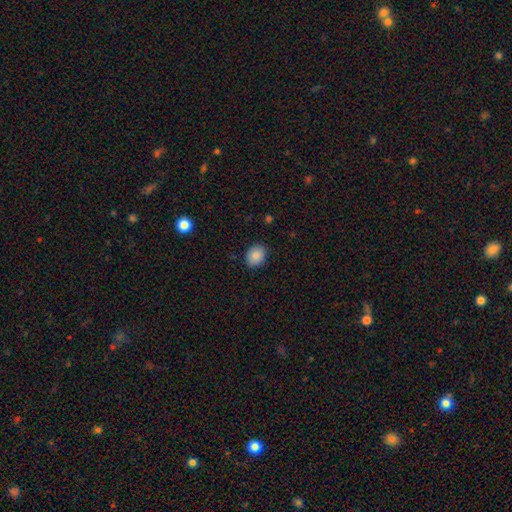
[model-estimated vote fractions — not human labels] Q: Smooth or featured?
A: smooth (88%); runner-up: star or artifact (8%)
Q: How rounded?
A: round (52%); runner-up: in between (47%)
Q: Merging?
A: none (87%); runner-up: minor disturbance (9%)